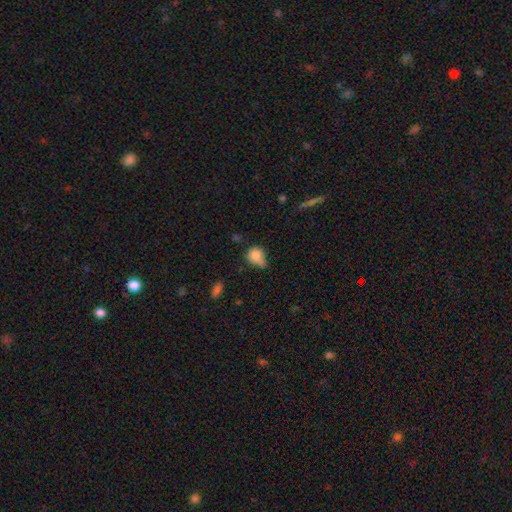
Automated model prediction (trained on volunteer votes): smooth-or-featured: smooth: 80% | star or artifact: 10% | featured or disk: 10%
  how-rounded: round: 56% | in between: 42% | cigar-shaped: 2%
  merging: minor disturbance: 43% | none: 31% | major disturbance: 18% | merger: 8%